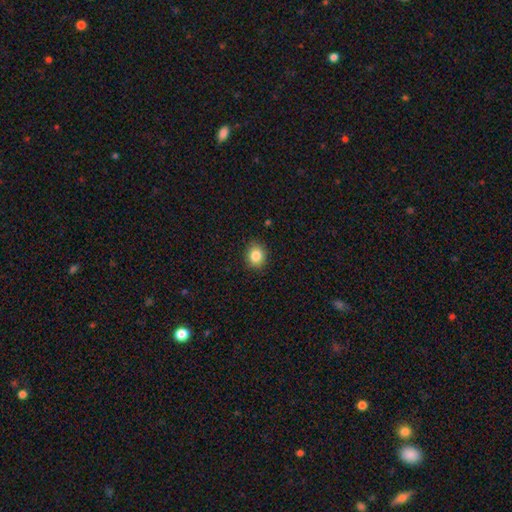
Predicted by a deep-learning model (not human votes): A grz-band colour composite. It shows a smooth galaxy with no disk features (85%) that is round (62%). Merging: none (88%).